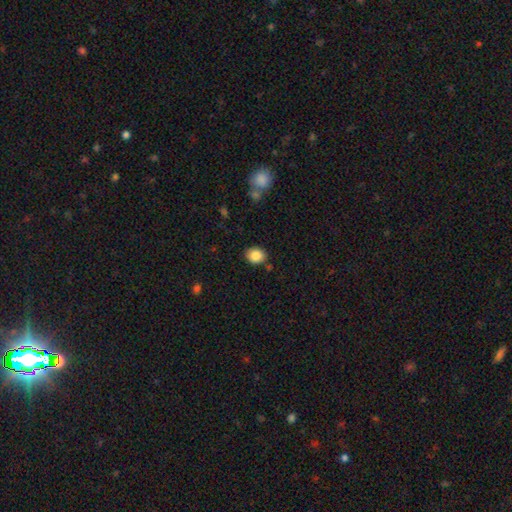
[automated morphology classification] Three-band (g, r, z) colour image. It shows a smooth galaxy with no disk features (86%) that is round (61%). Merging: none (85%).